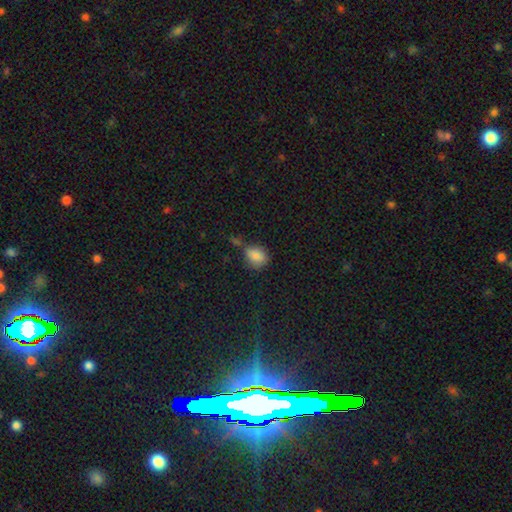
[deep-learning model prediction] This is clearly a smooth galaxy (83%). How rounded: possibly in between (50%). Merging: possibly none (54%).